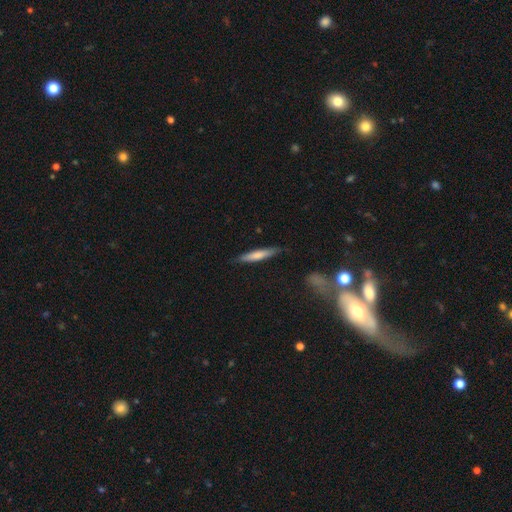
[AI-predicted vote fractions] This is likely a smooth galaxy (69%). How rounded: clearly cigar-shaped (90%). Merging: clearly none (83%).